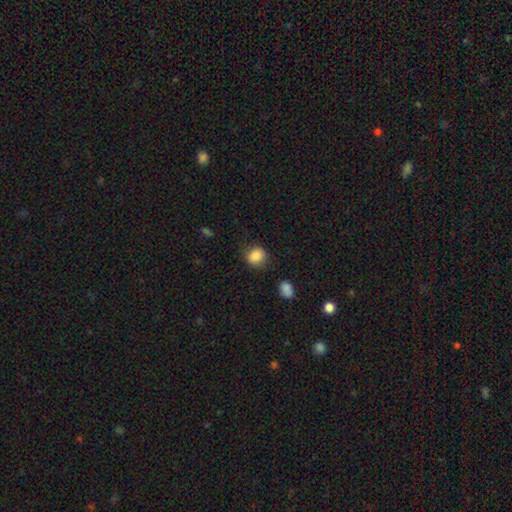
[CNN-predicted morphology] type=smooth (87%); roundness=round (77%); merging=none (79%).